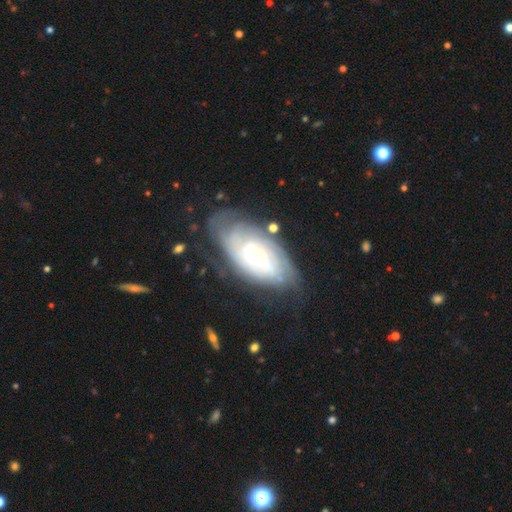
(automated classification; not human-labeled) A featured or disk galaxy (77%) with no bar (72%), tight (69%) spiral arms (89%) and a moderate central bulge (50%).

Vote fractions:
- Smooth or featured? featured or disk: 77% / smooth: 17% / star or artifact: 6%
- Edge-on disk? no: 93% / yes: 7%
- Bar? no: 72% / weak: 23% / strong: 5%
- Spiral arms? yes: 89% / no: 11%
- Spiral winding? tight: 69% / medium: 23% / loose: 8%
- Spiral arm count? can't tell: 54% / 2: 17% / 3: 11% / 4: 9% / more than 4: 6% / 1: 4%
- Bulge size? moderate: 50% / small: 43% / large: 5% / none: 1% / dominant: 1%
- Merging? none: 64% / minor disturbance: 23% / major disturbance: 11% / merger: 3%